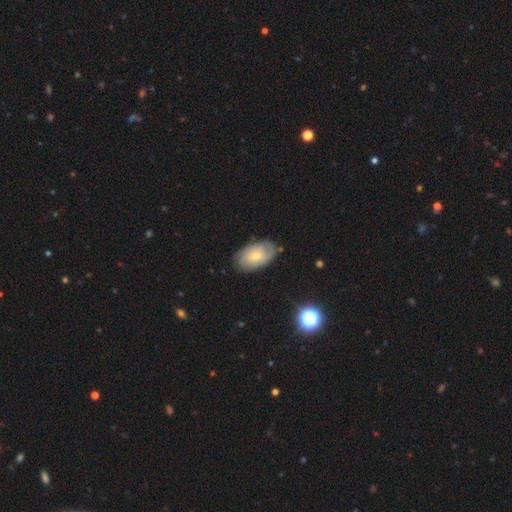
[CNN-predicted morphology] type=featured or disk (66%); edge-on=no (95%); bar=no (72%); spiral arms=yes (89%); winding=tight (59%); arm count=can't tell (41%); bulge=small (53%); merging=none (76%).